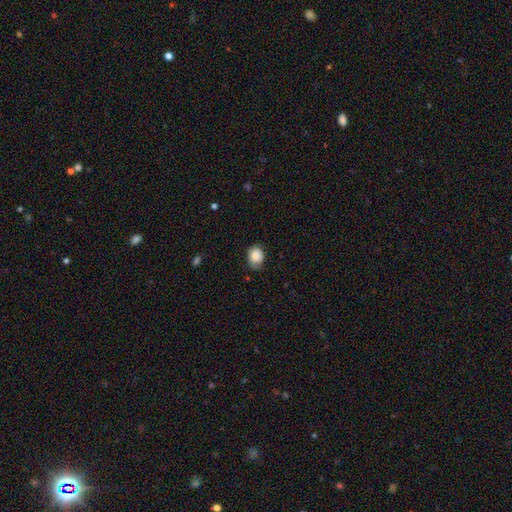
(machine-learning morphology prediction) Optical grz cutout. It shows a smooth galaxy with no disk features (87%) that is in between round and cigar-shaped (51%). Merging: none (65%).